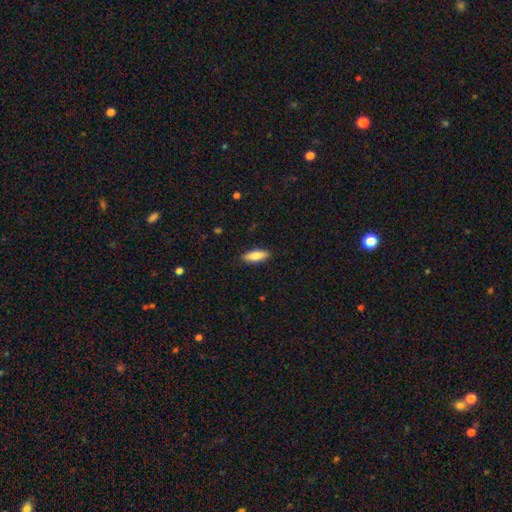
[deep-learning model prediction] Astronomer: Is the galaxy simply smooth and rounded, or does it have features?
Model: smooth — 81%.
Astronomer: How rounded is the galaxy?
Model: in between — 68%.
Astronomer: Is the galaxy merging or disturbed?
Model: none — 89%.